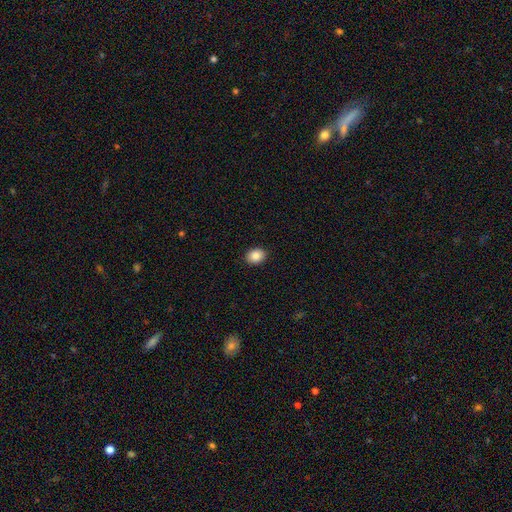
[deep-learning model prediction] Smooth or featured? Predicted: smooth (p=0.87). How rounded? Predicted: in between (p=0.62). Merging? Predicted: none (p=0.91).